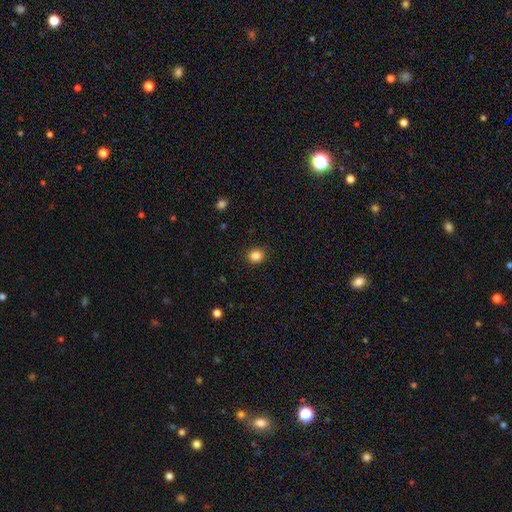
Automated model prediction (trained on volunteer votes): Smooth or featured?
  - smooth: 85% *
  - star or artifact: 11%
  - featured or disk: 4%
How rounded?
  - round: 79% *
  - in between: 20%
  - cigar-shaped: 1%
Merging?
  - none: 90% *
  - minor disturbance: 7%
  - major disturbance: 2%
  - merger: 1%